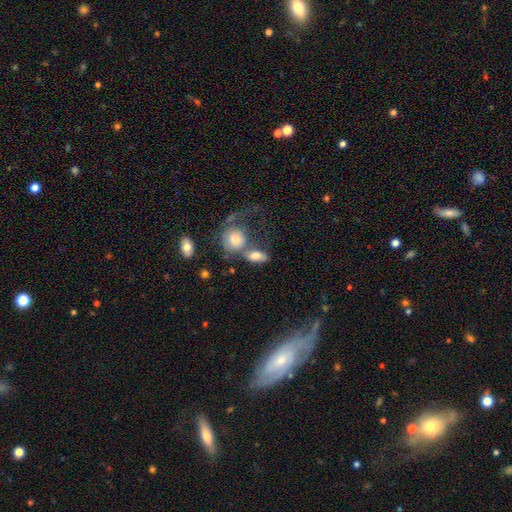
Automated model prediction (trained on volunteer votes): Q: Smooth or featured?
A: smooth (74%); runner-up: featured or disk (18%)
Q: How rounded?
A: in between (80%); runner-up: round (16%)
Q: Merging?
A: merger (48%); runner-up: none (27%)